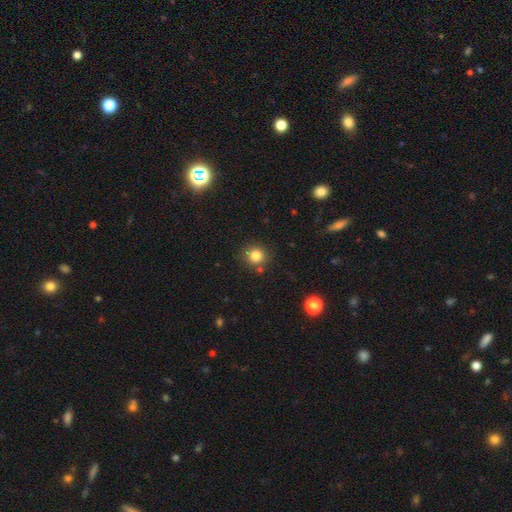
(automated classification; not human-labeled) A smooth galaxy with no disk features (83%) that is round (90%). Merging: none (82%).